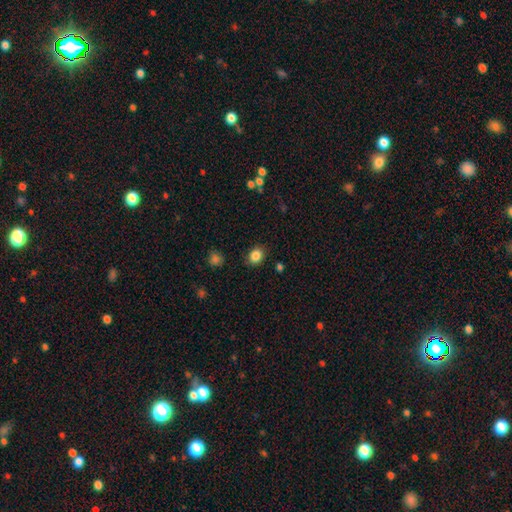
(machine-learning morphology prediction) Q: Smooth or featured?
A: smooth (85%); runner-up: star or artifact (10%)
Q: How rounded?
A: in between (52%); runner-up: round (47%)
Q: Merging?
A: none (87%); runner-up: minor disturbance (9%)